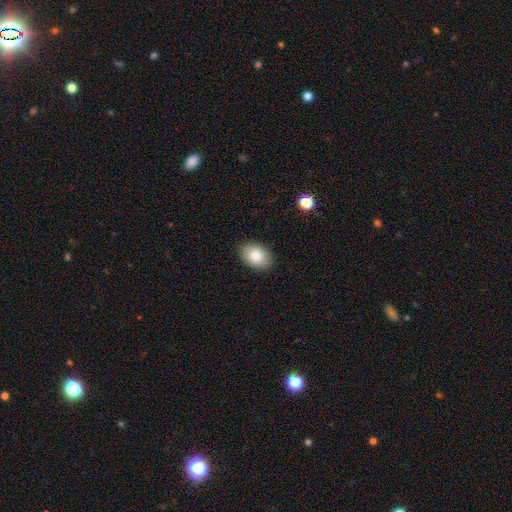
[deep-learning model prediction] The model was most divided on "how rounded": in between: 85%, round: 14%, cigar-shaped: 1%. More confident: merging — none (89%); smooth or featured — smooth (83%).